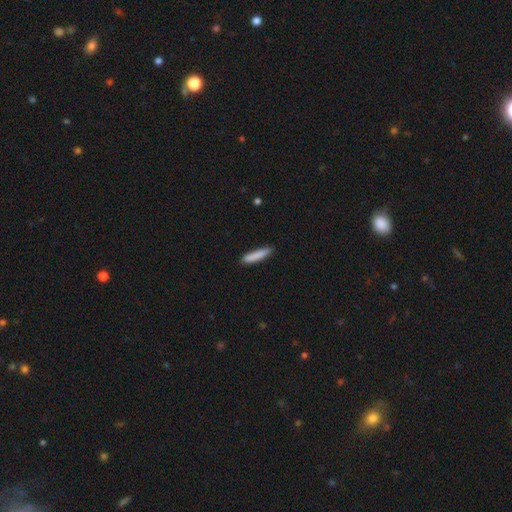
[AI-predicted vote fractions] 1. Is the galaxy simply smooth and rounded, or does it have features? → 85% smooth, 9% featured or disk, 6% star or artifact.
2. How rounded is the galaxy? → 89% cigar-shaped, 10% in between, 1% round.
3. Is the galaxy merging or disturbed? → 88% none, 9% minor disturbance, 2% major disturbance, 1% merger.